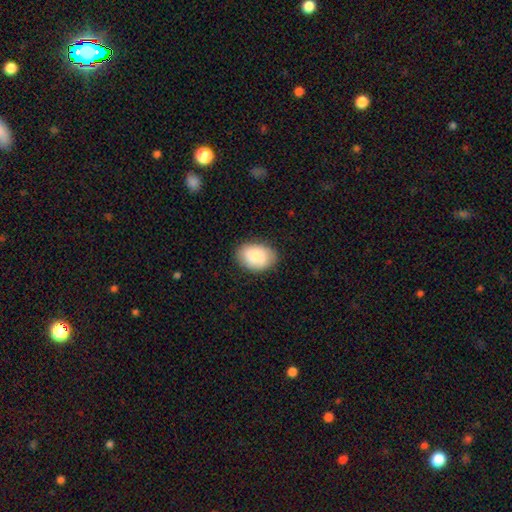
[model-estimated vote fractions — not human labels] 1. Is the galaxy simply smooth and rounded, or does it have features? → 79% smooth, 14% featured or disk, 7% star or artifact.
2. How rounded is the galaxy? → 78% in between, 21% round, 1% cigar-shaped.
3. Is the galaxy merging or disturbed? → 81% none, 15% minor disturbance, 3% major disturbance, 1% merger.